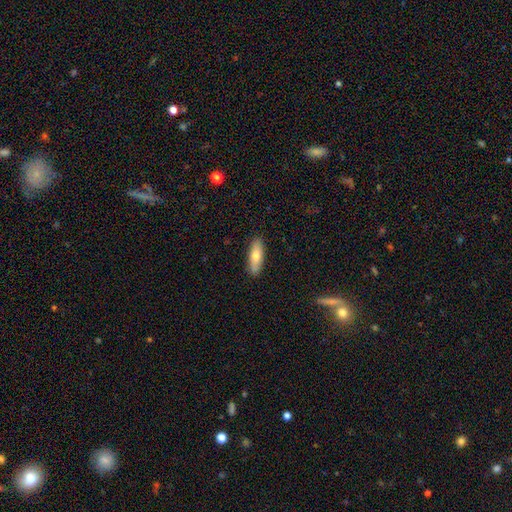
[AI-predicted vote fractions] Smooth or featured: smooth — 69% (featured or disk — 25%)
How rounded: cigar-shaped — 50% (in between — 48%)
Merging: none — 89% (minor disturbance — 9%)